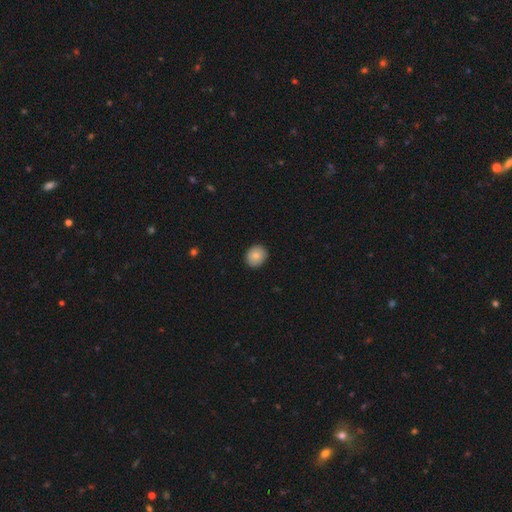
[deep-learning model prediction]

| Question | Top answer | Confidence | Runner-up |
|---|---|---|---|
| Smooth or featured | smooth | 85% | star or artifact (8%) |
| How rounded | round | 72% | in between (27%) |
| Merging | none | 91% | minor disturbance (7%) |